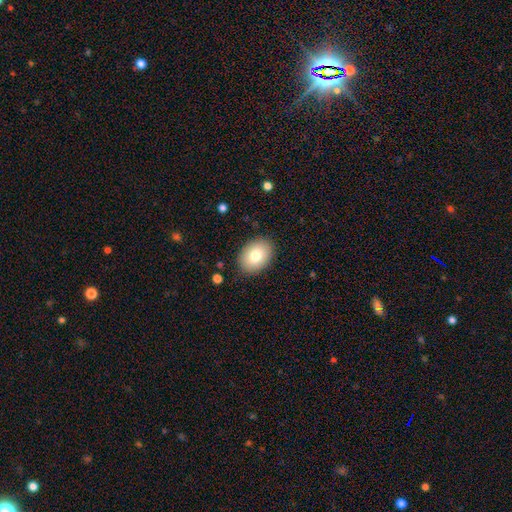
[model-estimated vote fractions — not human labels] smooth_or_featured: smooth (p=0.79) [alt: featured or disk p=0.13]
how_rounded: in between (p=0.76) [alt: round p=0.23]
merging: none (p=0.87) [alt: minor disturbance p=0.09]